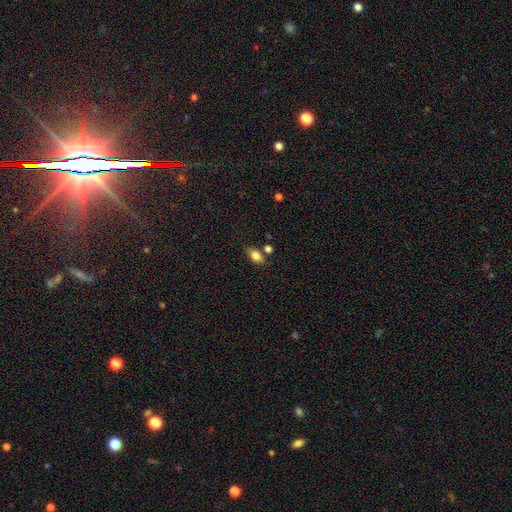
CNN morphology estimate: Smooth or featured?
  - smooth: 79% *
  - featured or disk: 12%
  - star or artifact: 8%
How rounded?
  - in between: 87% *
  - round: 7%
  - cigar-shaped: 6%
Merging?
  - none: 72% *
  - minor disturbance: 14%
  - merger: 10%
  - major disturbance: 3%